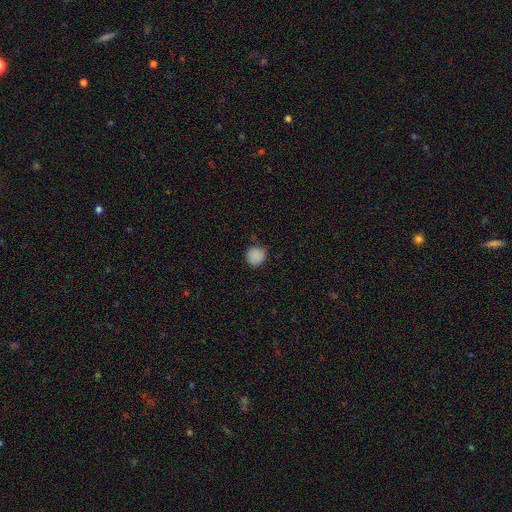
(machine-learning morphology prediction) The model was most divided on "merging": none: 82%, minor disturbance: 14%, major disturbance: 3%, merger: 1%. More confident: how rounded — round (91%); smooth or featured — smooth (87%).